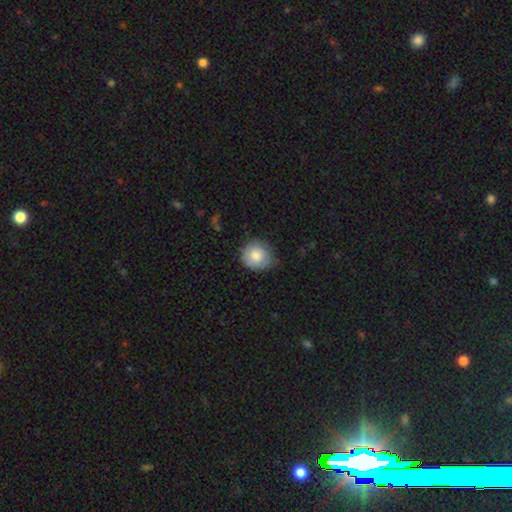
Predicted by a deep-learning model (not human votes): A smooth galaxy with no disk features (80%) that is round (88%). Merging: none (68%).